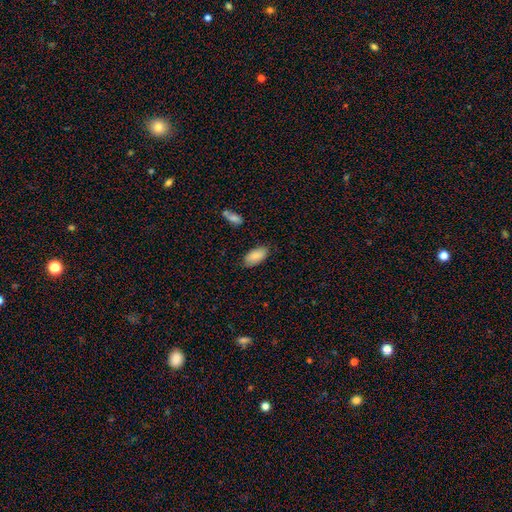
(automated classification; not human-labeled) A smooth galaxy with no disk features (87%) that is in between round and cigar-shaped (93%).

Vote fractions:
- Smooth or featured? smooth: 87% / featured or disk: 7% / star or artifact: 7%
- How rounded? in between: 93% / cigar-shaped: 5% / round: 2%
- Merging? none: 82% / minor disturbance: 14% / major disturbance: 3% / merger: 2%